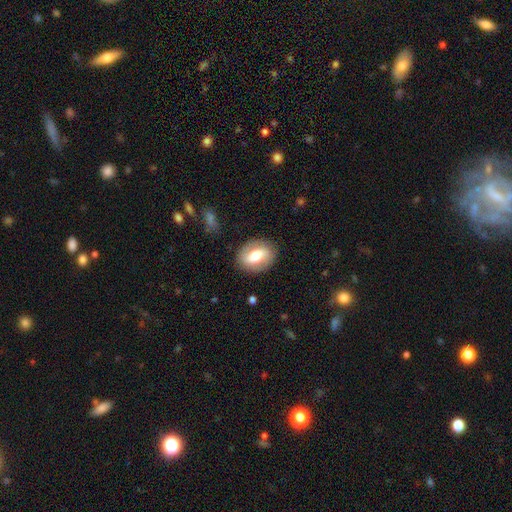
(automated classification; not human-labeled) Smooth or featured?
  - smooth: 51% *
  - featured or disk: 42%
  - star or artifact: 7%
How rounded?
  - in between: 67% *
  - round: 31%
  - cigar-shaped: 2%
Merging?
  - none: 85% *
  - minor disturbance: 10%
  - major disturbance: 4%
  - merger: 1%